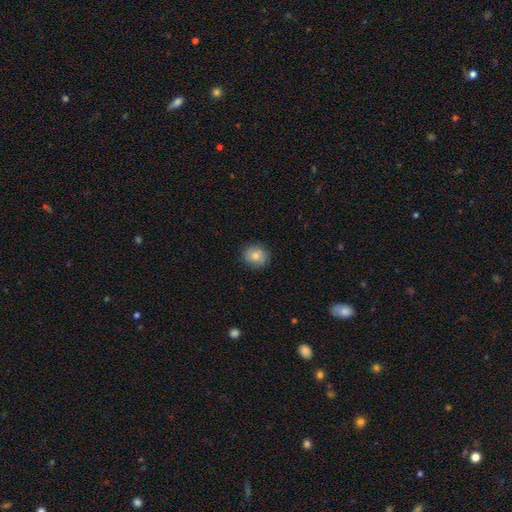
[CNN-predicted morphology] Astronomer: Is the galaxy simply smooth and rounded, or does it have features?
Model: smooth — 72%.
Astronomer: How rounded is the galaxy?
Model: round — 81%.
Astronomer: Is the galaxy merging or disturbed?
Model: none — 83%.